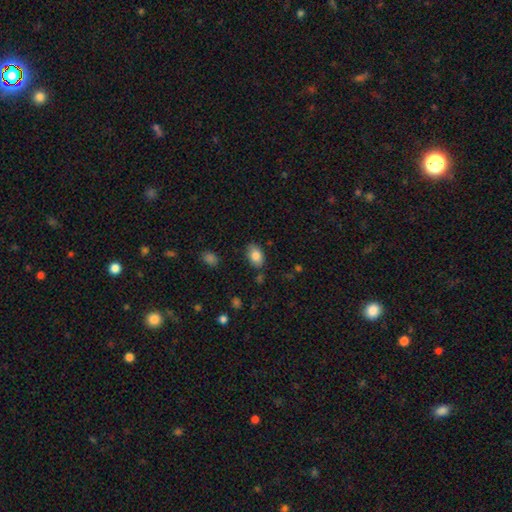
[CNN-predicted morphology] Smooth or featured? smooth (84%)
How rounded? in between (86%)
Merging? none (81%)